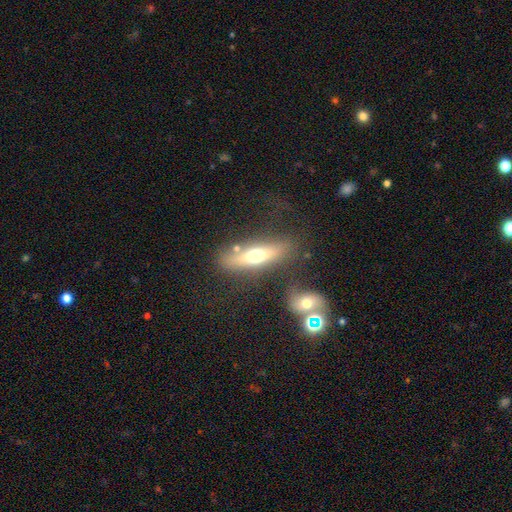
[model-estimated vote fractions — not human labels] Overall: smooth (49%; featured or disk 43%). Merging: none (71%).